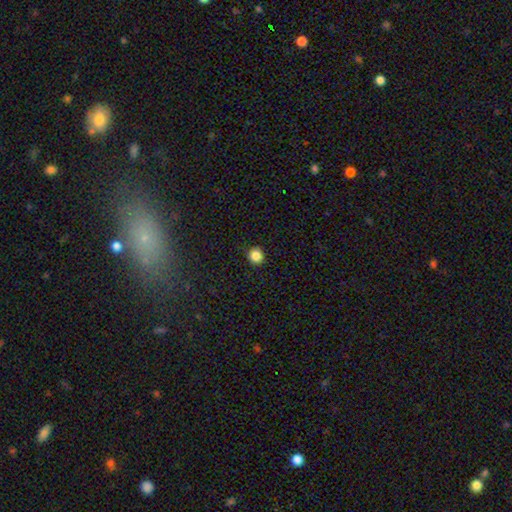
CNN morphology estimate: Smooth or featured? Predicted: smooth (p=0.85). How rounded? Predicted: round (p=0.92). Merging? Predicted: none (p=0.90).